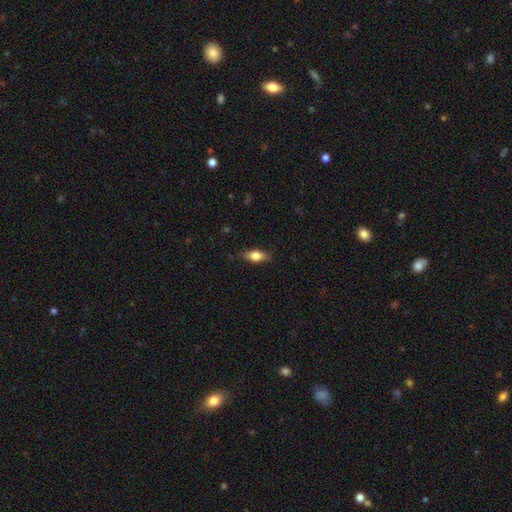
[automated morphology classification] This is likely a smooth galaxy (72%). How rounded: likely in between (78%). Merging: clearly none (82%).